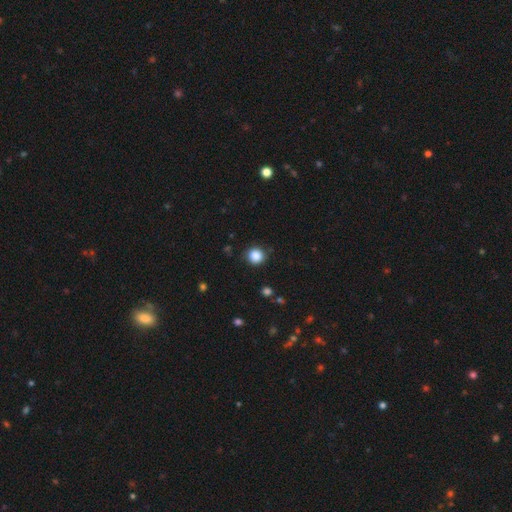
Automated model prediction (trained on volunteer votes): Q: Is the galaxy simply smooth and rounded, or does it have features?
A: smooth — 86%.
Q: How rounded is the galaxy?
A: round — 92%.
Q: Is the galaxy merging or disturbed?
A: none — 88%.